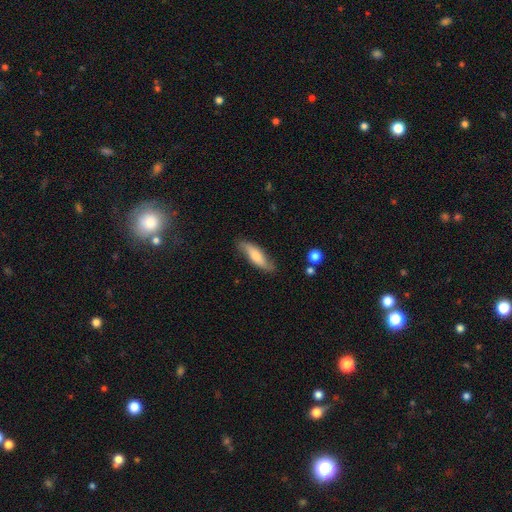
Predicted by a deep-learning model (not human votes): smooth_or_featured: smooth (p=0.59) [alt: featured or disk p=0.35]
how_rounded: cigar-shaped (p=0.56) [alt: in between p=0.42]
merging: none (p=0.76) [alt: minor disturbance p=0.18]